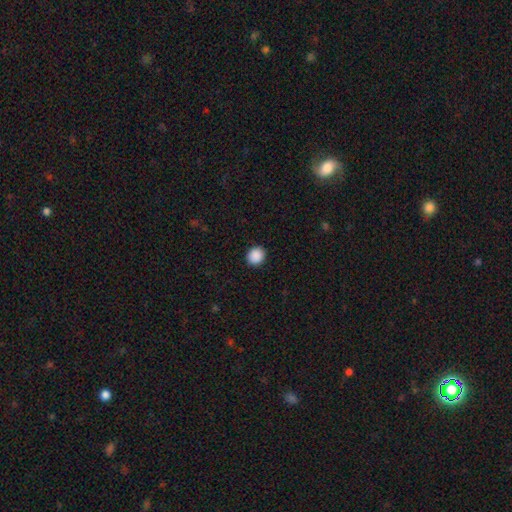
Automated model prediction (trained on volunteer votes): A smooth galaxy with no disk features (90%) that is round (76%).

Vote fractions:
- Smooth or featured? smooth: 90% / star or artifact: 8% / featured or disk: 2%
- How rounded? round: 76% / in between: 23% / cigar-shaped: 1%
- Merging? none: 92% / minor disturbance: 6% / major disturbance: 2% / merger: 1%